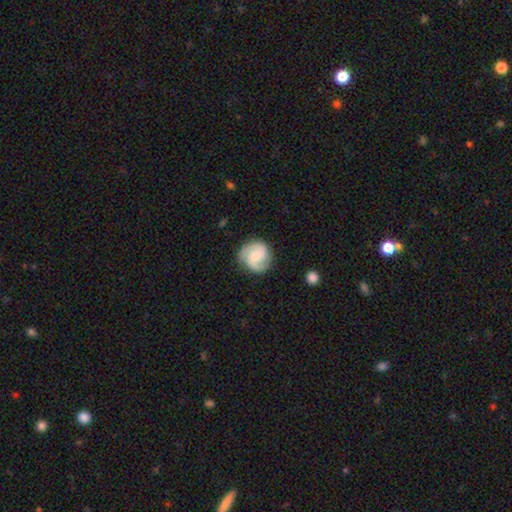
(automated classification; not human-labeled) Smooth or featured?
  - featured or disk: 79% *
  - smooth: 16%
  - star or artifact: 5%
Edge-on disk?
  - no: 98% *
  - yes: 2%
Bar?
  - no: 51% *
  - weak: 41%
  - strong: 8%
Spiral arms?
  - yes: 97% *
  - no: 3%
Spiral winding?
  - medium: 50% *
  - tight: 36%
  - loose: 14%
Spiral arm count?
  - 2: 82% *
  - 3: 8%
  - can't tell: 5%
  - 1: 2%
  - 4: 2%
  - more than 4: 2%
Bulge size?
  - small: 43% *
  - moderate: 40%
  - none: 10%
  - large: 5%
  - dominant: 1%
Merging?
  - none: 82% *
  - minor disturbance: 13%
  - major disturbance: 4%
  - merger: 1%